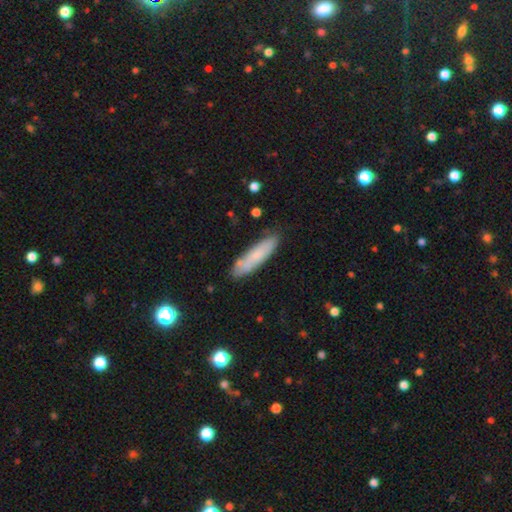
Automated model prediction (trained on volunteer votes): Q: Smooth or featured?
A: smooth (69%); runner-up: featured or disk (24%)
Q: How rounded?
A: cigar-shaped (75%); runner-up: in between (23%)
Q: Merging?
A: none (78%); runner-up: minor disturbance (16%)